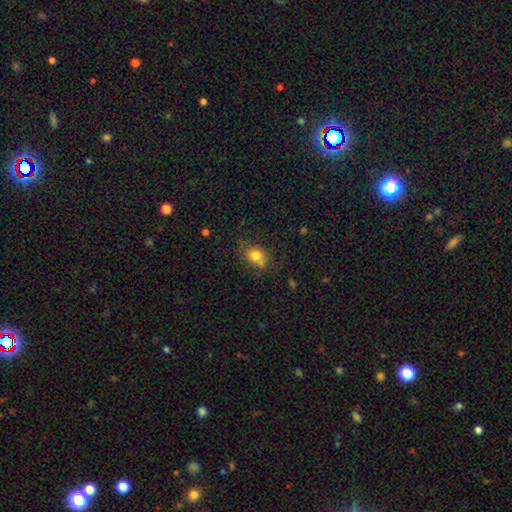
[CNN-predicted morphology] smooth 79%, star or artifact 11%, featured or disk 10%. Down the decision tree: how rounded — in between (57%); merging — none (59%).